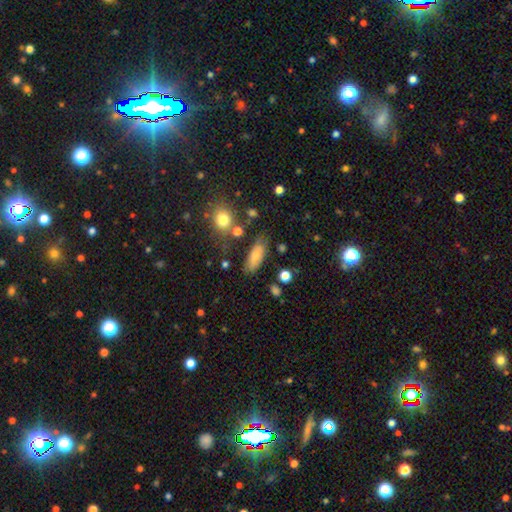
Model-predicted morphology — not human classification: This is likely a smooth galaxy (73%). How rounded: likely in between (79%). Merging: likely none (67%).